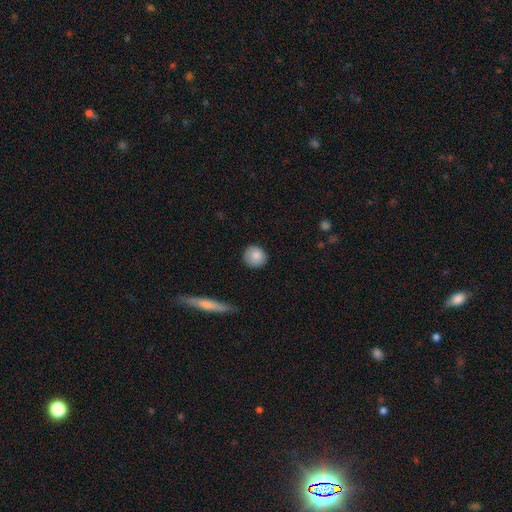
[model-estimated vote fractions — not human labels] A smooth galaxy with no disk features (86%) that is round (91%). Merging: none (85%).